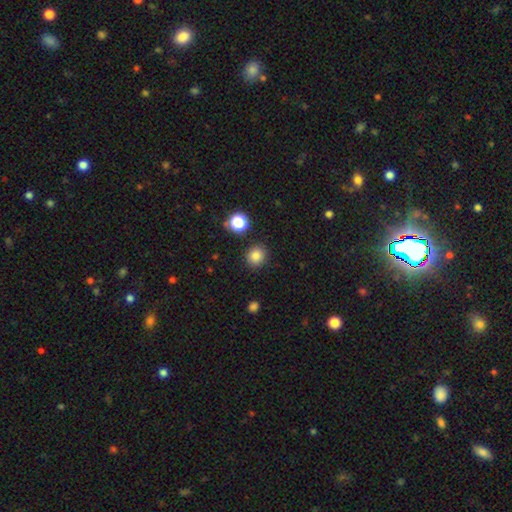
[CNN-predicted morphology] Overall: smooth (83%). How rounded: round (85%). Merging: none (88%).